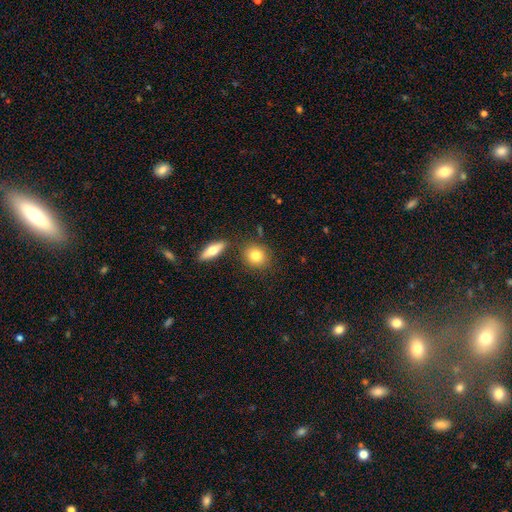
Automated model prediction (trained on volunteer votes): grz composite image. It shows a smooth galaxy with no disk features (80%) that is round (73%). Merging: none (78%).